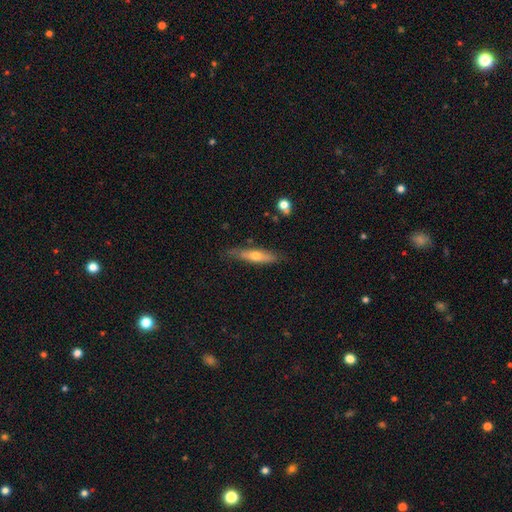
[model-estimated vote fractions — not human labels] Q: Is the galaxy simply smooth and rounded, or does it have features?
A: smooth — 52%.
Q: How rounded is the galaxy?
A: cigar-shaped — 75%.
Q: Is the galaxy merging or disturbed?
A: none — 77%.